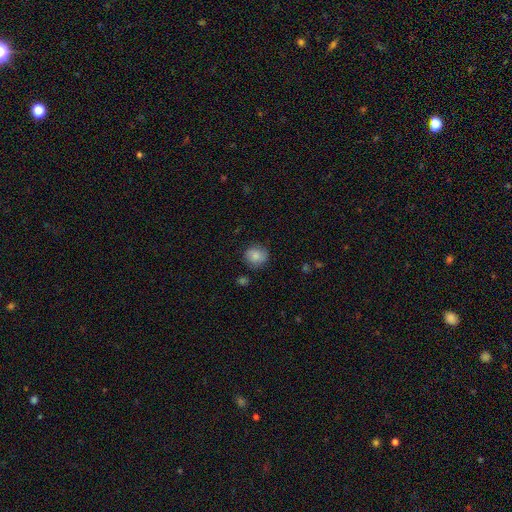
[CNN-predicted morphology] Q: Smooth or featured?
A: smooth (81%); runner-up: featured or disk (11%)
Q: How rounded?
A: round (81%); runner-up: in between (18%)
Q: Merging?
A: none (78%); runner-up: minor disturbance (16%)